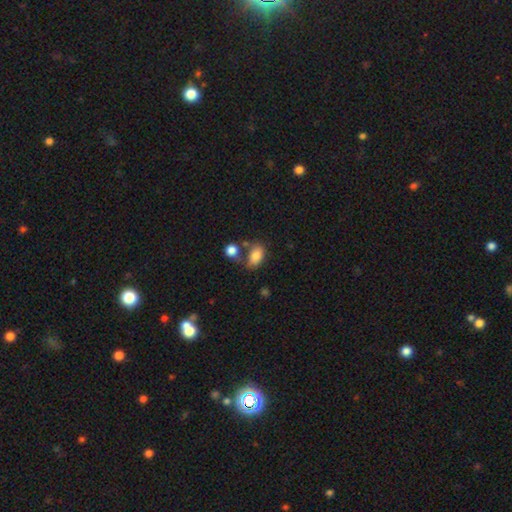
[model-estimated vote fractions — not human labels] Q: Smooth or featured?
A: smooth (82%); runner-up: star or artifact (9%)
Q: How rounded?
A: in between (87%); runner-up: round (11%)
Q: Merging?
A: none (45%); runner-up: merger (24%)